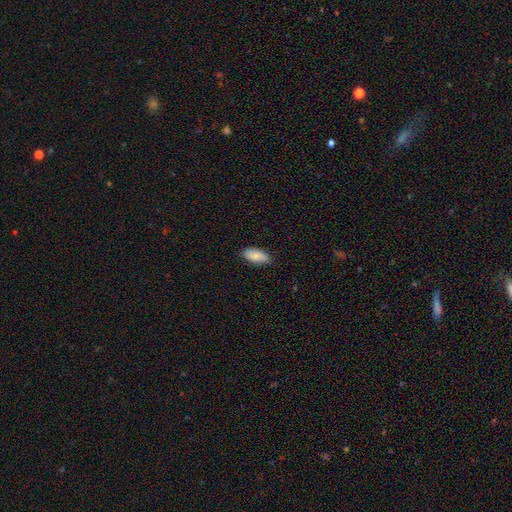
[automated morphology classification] Smooth or featured: smooth — 83% (featured or disk — 11%)
How rounded: in between — 91% (cigar-shaped — 7%)
Merging: none — 83% (minor disturbance — 14%)